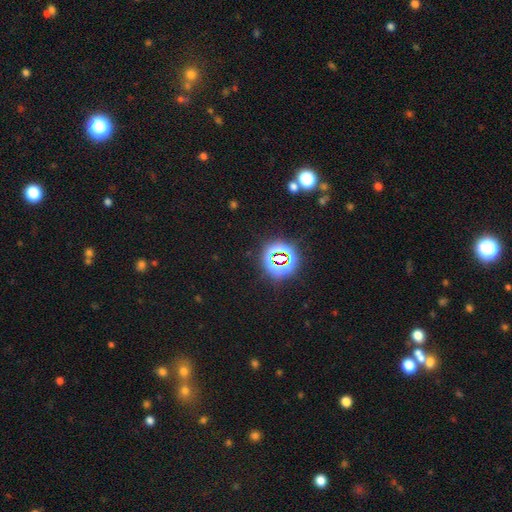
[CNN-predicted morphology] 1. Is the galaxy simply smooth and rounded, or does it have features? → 75% star or artifact, 17% smooth, 8% featured or disk.